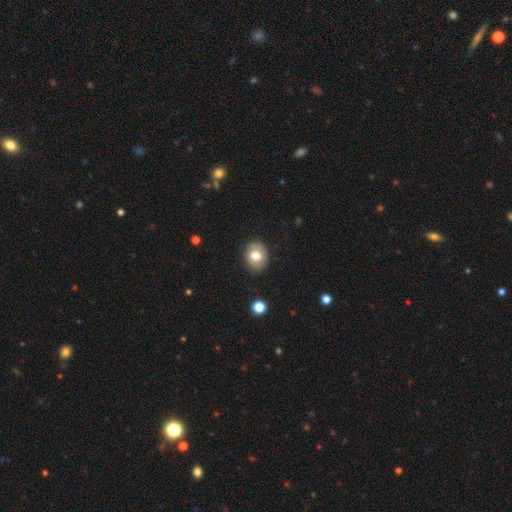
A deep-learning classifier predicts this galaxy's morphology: A smooth galaxy with no disk features (69%) that is in between round and cigar-shaped (55%).

Vote fractions:
- Smooth or featured? smooth: 69% / featured or disk: 23% / star or artifact: 8%
- How rounded? in between: 55% / round: 44% / cigar-shaped: 1%
- Merging? none: 84% / minor disturbance: 12% / major disturbance: 3% / merger: 1%